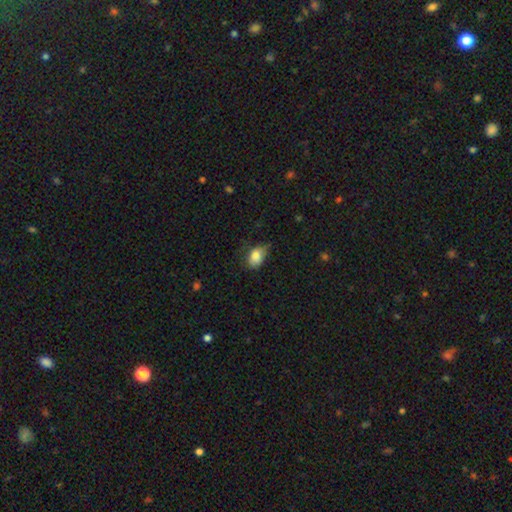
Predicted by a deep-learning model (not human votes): Smooth or featured: smooth — 82% (featured or disk — 10%)
How rounded: in between — 81% (round — 18%)
Merging: none — 47% (minor disturbance — 39%)